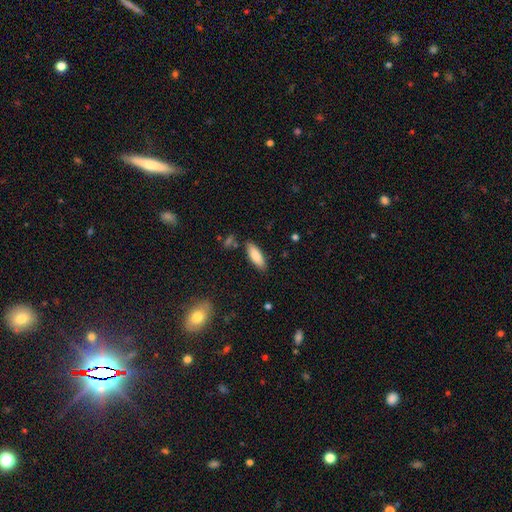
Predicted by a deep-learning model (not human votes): Smooth or featured: smooth — 84% (featured or disk — 9%)
How rounded: in between — 60% (cigar-shaped — 38%)
Merging: none — 84% (minor disturbance — 10%)